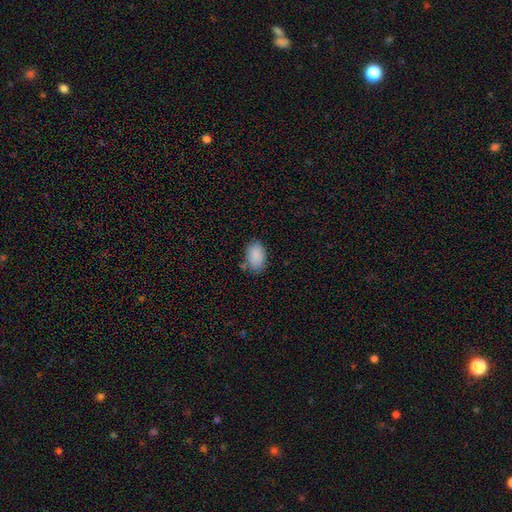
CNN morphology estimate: A smooth galaxy with no disk features (88%) that is in between round and cigar-shaped (88%).

Vote fractions:
- Smooth or featured? smooth: 88% / star or artifact: 7% / featured or disk: 5%
- How rounded? in between: 88% / round: 11% / cigar-shaped: 1%
- Merging? none: 74% / minor disturbance: 17% / merger: 4% / major disturbance: 4%